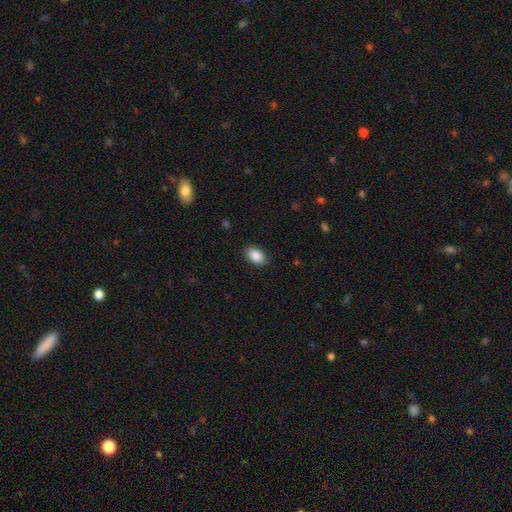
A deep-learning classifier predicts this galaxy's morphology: This appears to be a smooth galaxy with no disk features (88%) that is in between round and cigar-shaped (89%). Merging: none (87%).